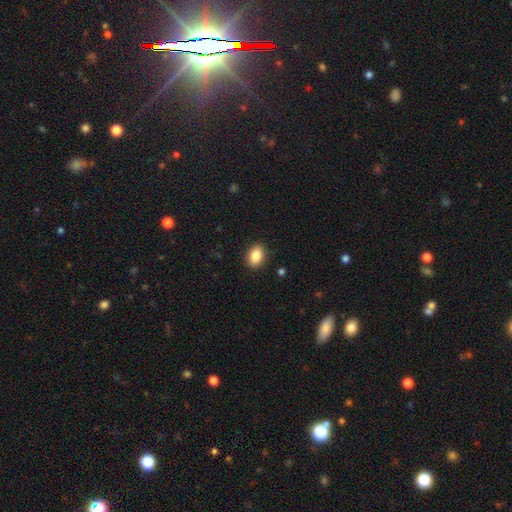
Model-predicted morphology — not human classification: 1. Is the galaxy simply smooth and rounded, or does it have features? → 87% smooth, 8% star or artifact, 5% featured or disk.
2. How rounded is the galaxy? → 82% in between, 16% round, 1% cigar-shaped.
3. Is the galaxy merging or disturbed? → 89% none, 8% minor disturbance, 2% major disturbance, 1% merger.